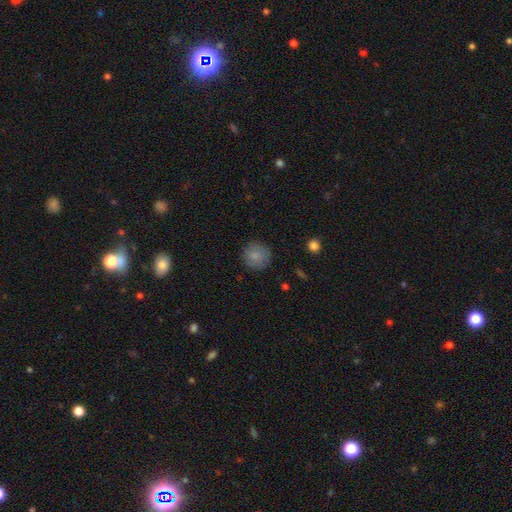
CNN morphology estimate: Q: Smooth or featured?
A: smooth (85%); runner-up: star or artifact (8%)
Q: How rounded?
A: round (92%); runner-up: in between (7%)
Q: Merging?
A: none (87%); runner-up: minor disturbance (10%)